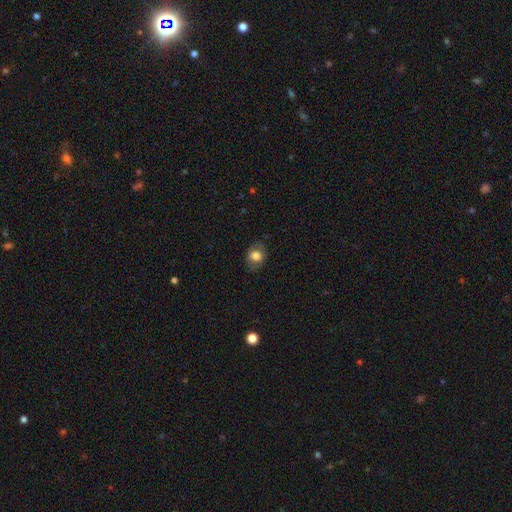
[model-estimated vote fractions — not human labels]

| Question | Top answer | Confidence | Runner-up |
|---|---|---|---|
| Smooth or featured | smooth | 77% | featured or disk (15%) |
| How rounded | in between | 51% | round (48%) |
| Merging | none | 82% | minor disturbance (13%) |